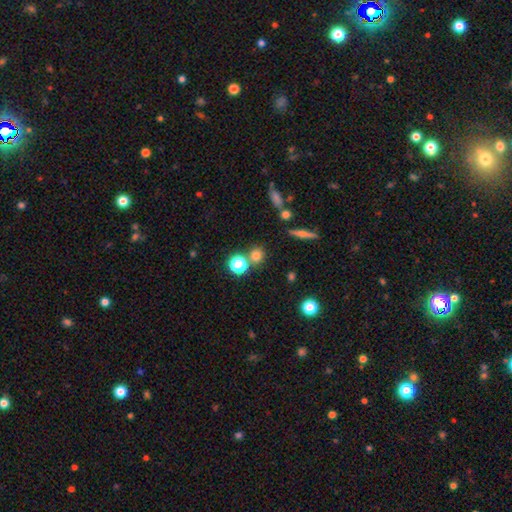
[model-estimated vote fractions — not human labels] A smooth galaxy with no disk features (73%) that is round (87%). Merging: none (66%).